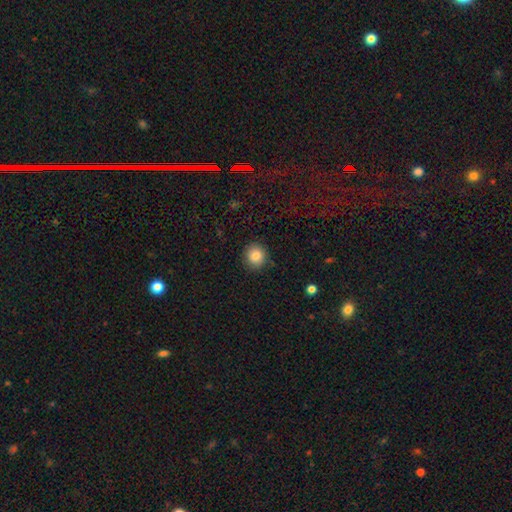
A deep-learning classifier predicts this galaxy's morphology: smooth_or_featured: smooth (p=0.84) [alt: star or artifact p=0.10]
how_rounded: round (p=0.88) [alt: in between p=0.11]
merging: none (p=0.89) [alt: minor disturbance p=0.08]